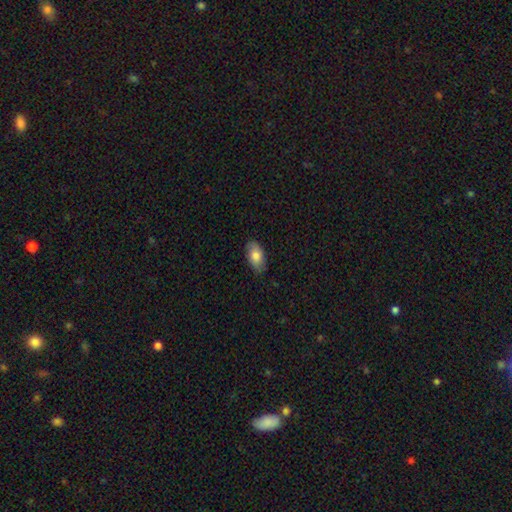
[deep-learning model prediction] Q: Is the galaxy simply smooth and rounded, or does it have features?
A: smooth — 76%.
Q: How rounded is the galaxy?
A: in between — 93%.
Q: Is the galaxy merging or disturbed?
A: none — 81%.